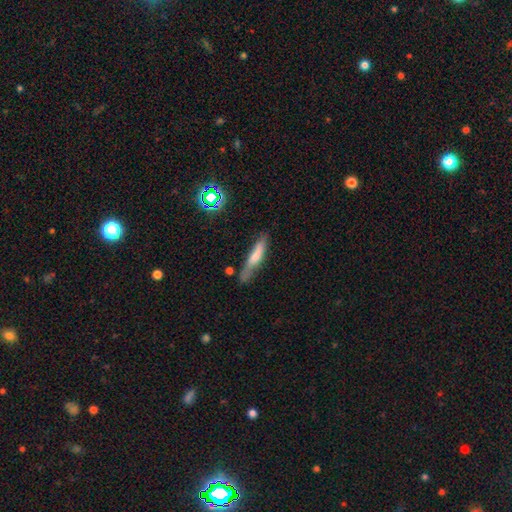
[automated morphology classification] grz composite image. It shows a smooth galaxy with no disk features (54%) that is cigar-shaped (86%). Merging: none (69%).